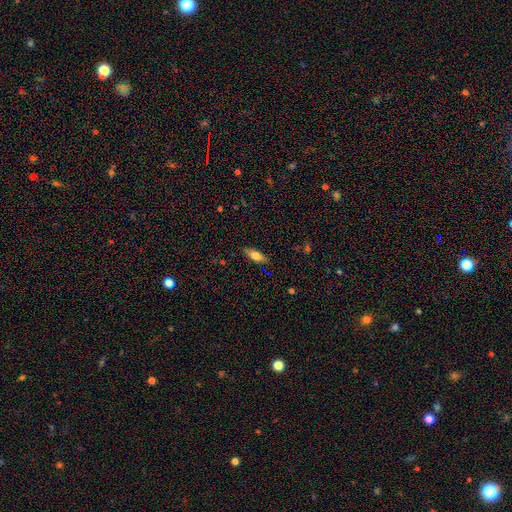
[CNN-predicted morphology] A smooth galaxy with no disk features (70%) that is in between round and cigar-shaped (70%).

Vote fractions:
- Smooth or featured? smooth: 70% / featured or disk: 23% / star or artifact: 7%
- How rounded? in between: 70% / cigar-shaped: 28% / round: 3%
- Merging? none: 85% / minor disturbance: 11% / major disturbance: 2% / merger: 1%